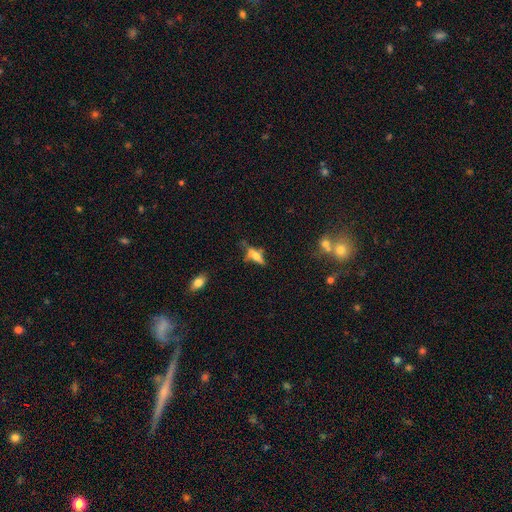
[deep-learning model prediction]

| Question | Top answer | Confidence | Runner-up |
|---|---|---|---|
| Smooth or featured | featured or disk | 49% | smooth (39%) |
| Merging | none | 45% | minor disturbance (23%) |